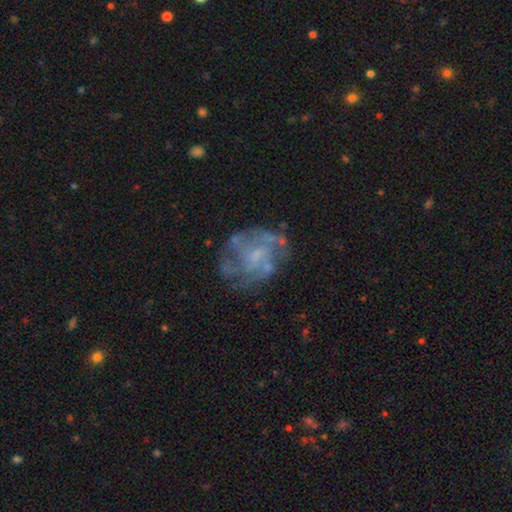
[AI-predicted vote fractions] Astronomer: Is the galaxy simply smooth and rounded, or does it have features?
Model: featured or disk — 69%.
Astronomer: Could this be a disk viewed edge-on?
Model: no — 97%.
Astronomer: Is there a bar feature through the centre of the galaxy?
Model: no — 68%.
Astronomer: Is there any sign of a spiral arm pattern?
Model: yes — 75%.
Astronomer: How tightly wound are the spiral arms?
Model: tight — 43% (runner-up: medium, 40%).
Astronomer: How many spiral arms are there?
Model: can't tell — 45%.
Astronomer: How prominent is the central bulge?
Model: small — 56%.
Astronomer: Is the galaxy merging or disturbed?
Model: none — 72%.